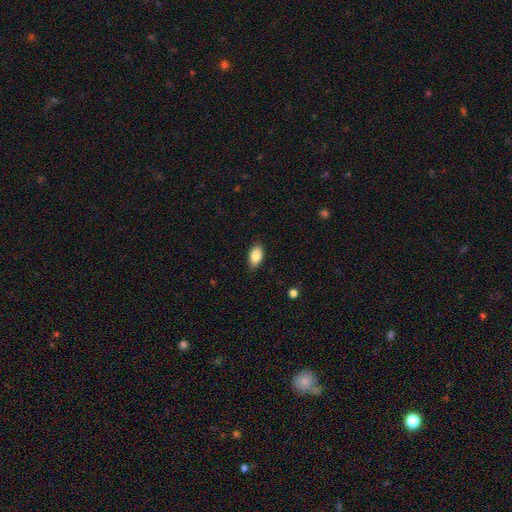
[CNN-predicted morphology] smooth-or-featured: smooth: 87% | star or artifact: 7% | featured or disk: 6%
  how-rounded: in between: 92% | round: 5% | cigar-shaped: 3%
  merging: none: 86% | minor disturbance: 11% | major disturbance: 2% | merger: 1%